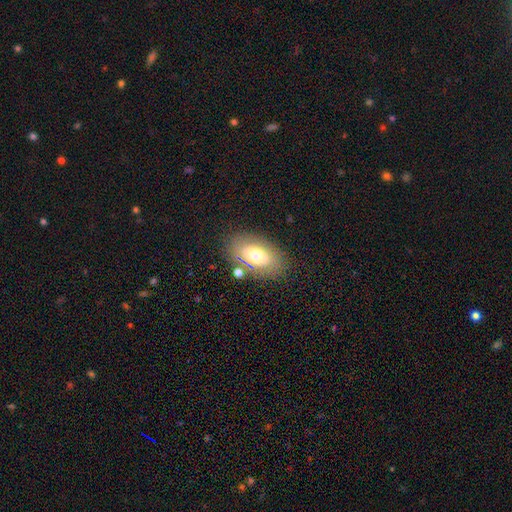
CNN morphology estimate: Overall: smooth (63%; featured or disk 28%). How rounded: in between (89%). Merging: none (75%).